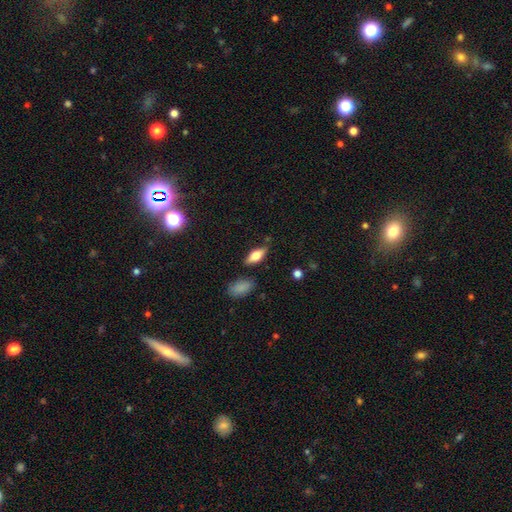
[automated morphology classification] The model was most divided on "smooth or featured": smooth: 61%, featured or disk: 31%, star or artifact: 8%. More confident: merging — none (80%); how rounded — in between (75%).